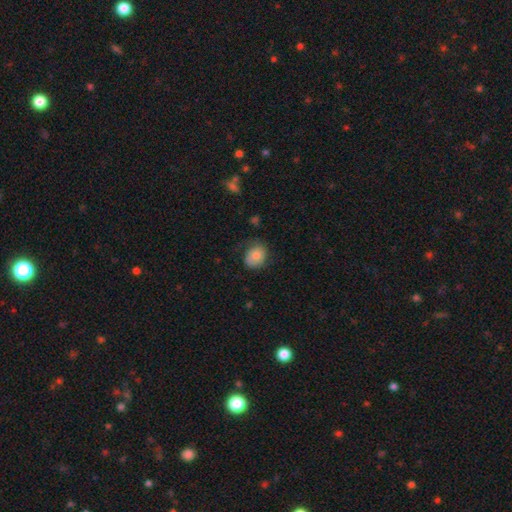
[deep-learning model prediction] smooth-or-featured: smooth: 74% | featured or disk: 19% | star or artifact: 8%
  how-rounded: round: 55% | in between: 44% | cigar-shaped: 1%
  merging: none: 57% | minor disturbance: 29% | major disturbance: 14% | merger: 1%